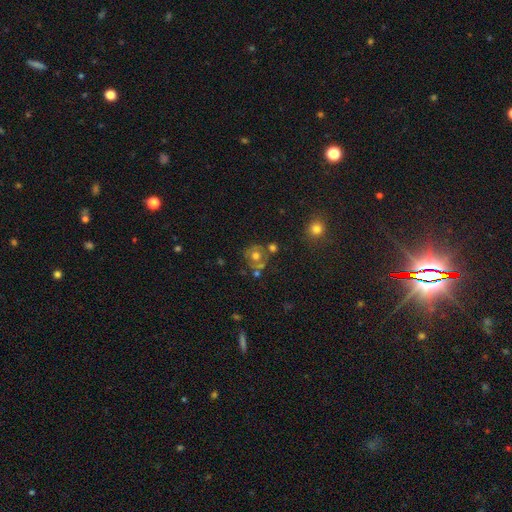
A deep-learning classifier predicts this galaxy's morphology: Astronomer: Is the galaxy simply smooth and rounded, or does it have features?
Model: smooth — 51% (runner-up: featured or disk, 35%).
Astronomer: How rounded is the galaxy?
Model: round — 83%.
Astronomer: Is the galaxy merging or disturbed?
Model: none — 56%.